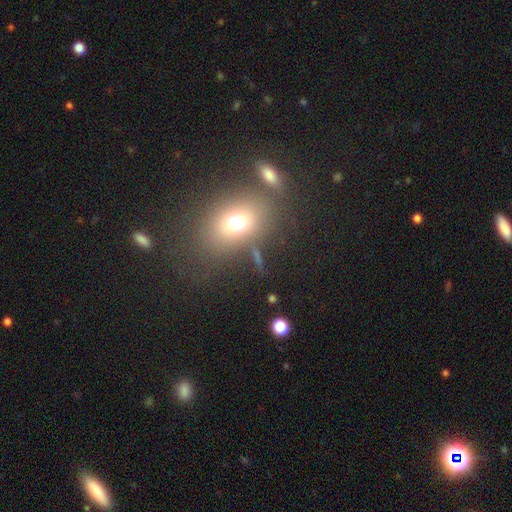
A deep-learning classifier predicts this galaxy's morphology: This appears to be a smooth galaxy with no disk features (64%) that is in between round and cigar-shaped (63%). Merging: none (69%).